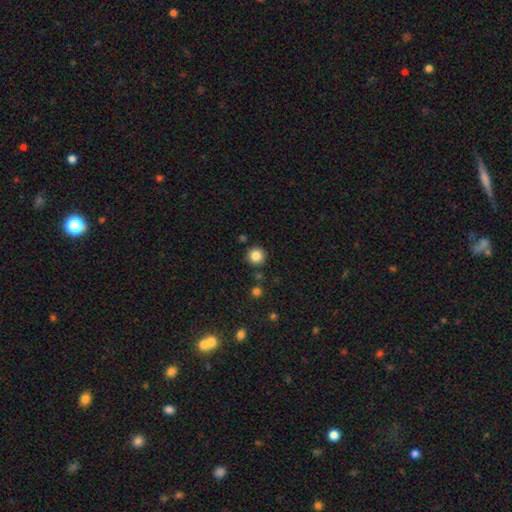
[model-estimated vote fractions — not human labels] Overall: smooth (84%). How rounded: round (95%). Merging: none (89%).